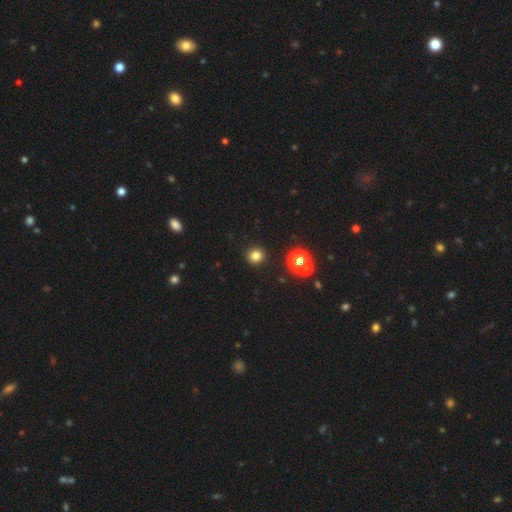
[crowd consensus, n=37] Smooth or featured? 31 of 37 (84%) said smooth. How rounded? 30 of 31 (97%) said round. Merging? 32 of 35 (91%) said none.